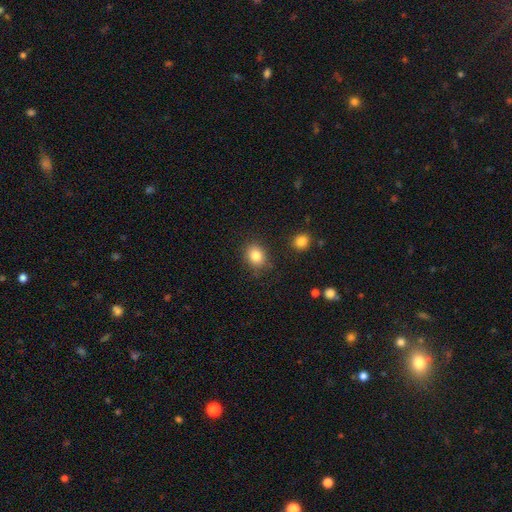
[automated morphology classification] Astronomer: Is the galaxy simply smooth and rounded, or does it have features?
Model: smooth — 84%.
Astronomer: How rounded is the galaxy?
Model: round — 55% (runner-up: in between, 44%).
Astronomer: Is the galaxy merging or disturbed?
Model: none — 81%.